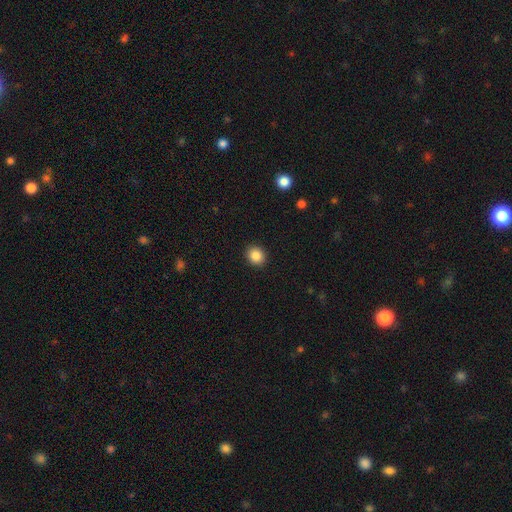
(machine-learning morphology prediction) smooth_or_featured: smooth (p=0.87) [alt: star or artifact p=0.10]
how_rounded: round (p=0.75) [alt: in between p=0.24]
merging: none (p=0.92) [alt: minor disturbance p=0.05]